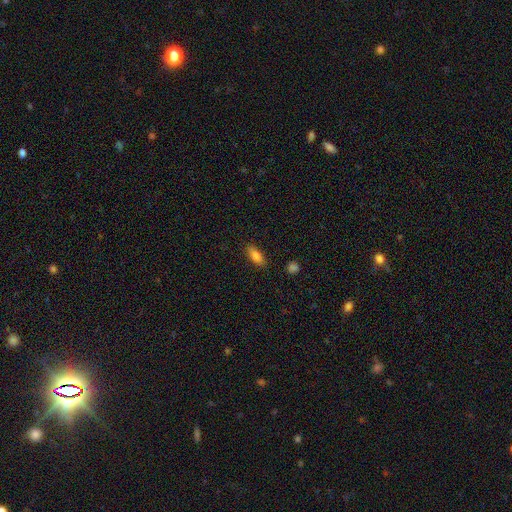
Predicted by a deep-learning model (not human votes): A smooth galaxy with no disk features (84%) that is in between round and cigar-shaped (80%). Merging: none (85%).